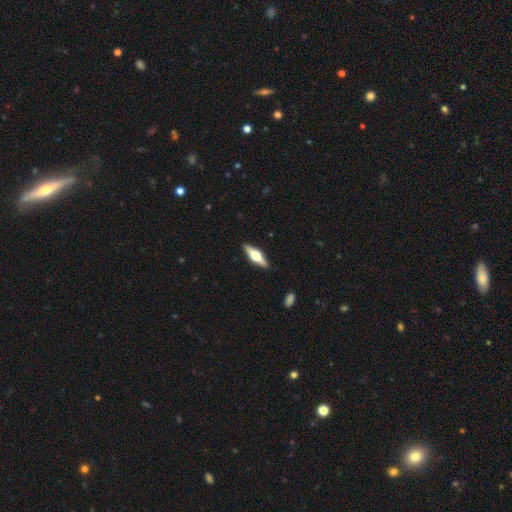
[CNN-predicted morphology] A featured or disk galaxy (63%) viewed edge-on (96%) with a rounded central bulge (95%). Merging: none (90%).